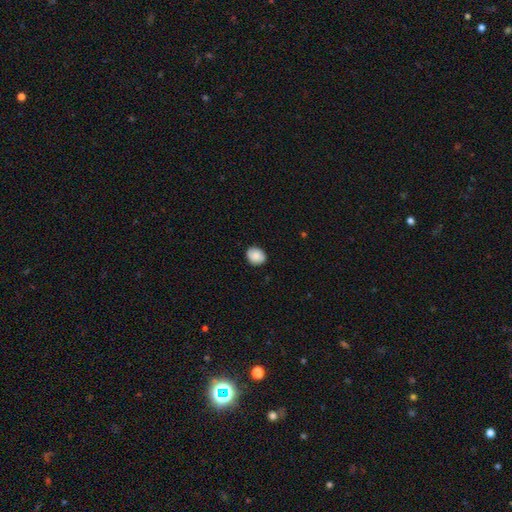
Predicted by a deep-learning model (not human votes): The model was most divided on "how rounded": round: 56%, in between: 43%, cigar-shaped: 1%. More confident: smooth or featured — smooth (87%); merging — none (85%).